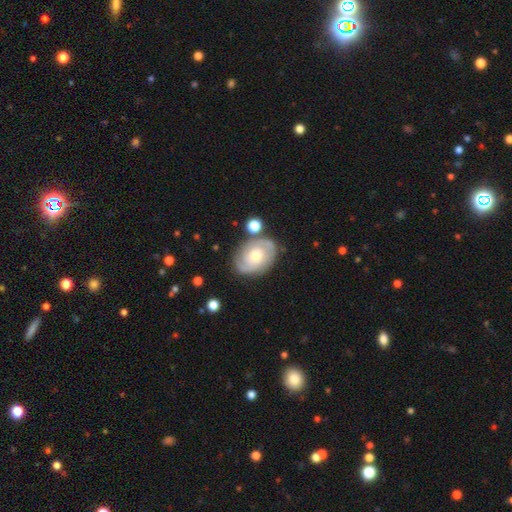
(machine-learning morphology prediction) Smooth or featured?
  - featured or disk: 70% *
  - smooth: 24%
  - star or artifact: 6%
Edge-on disk?
  - no: 96% *
  - yes: 4%
Bar?
  - no: 72% *
  - weak: 24%
  - strong: 4%
Spiral arms?
  - yes: 87% *
  - no: 13%
Spiral winding?
  - tight: 51% *
  - medium: 37%
  - loose: 12%
Spiral arm count?
  - 2: 69% *
  - can't tell: 17%
  - 3: 7%
  - 1: 4%
  - 4: 2%
  - more than 4: 2%
Bulge size?
  - moderate: 64% *
  - small: 25%
  - large: 8%
  - none: 1%
  - dominant: 1%
Merging?
  - none: 73% *
  - minor disturbance: 16%
  - merger: 6%
  - major disturbance: 5%